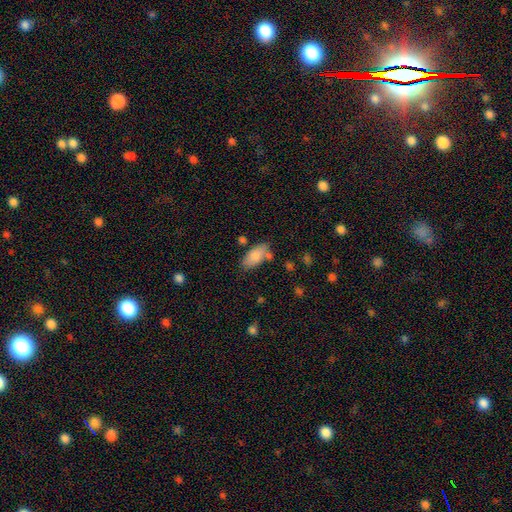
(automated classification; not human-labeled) A smooth galaxy with no disk features (83%) that is in between round and cigar-shaped (91%).

Vote fractions:
- Smooth or featured? smooth: 83% / featured or disk: 10% / star or artifact: 7%
- How rounded? in between: 91% / cigar-shaped: 6% / round: 3%
- Merging? none: 65% / minor disturbance: 19% / merger: 11% / major disturbance: 5%